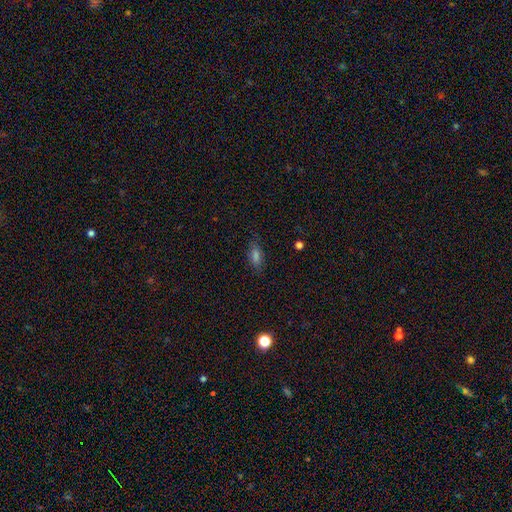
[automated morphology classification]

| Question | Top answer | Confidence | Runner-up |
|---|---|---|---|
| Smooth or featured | smooth | 63% | star or artifact (19%) |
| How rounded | in between | 66% | cigar-shaped (28%) |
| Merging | none | 81% | minor disturbance (14%) |